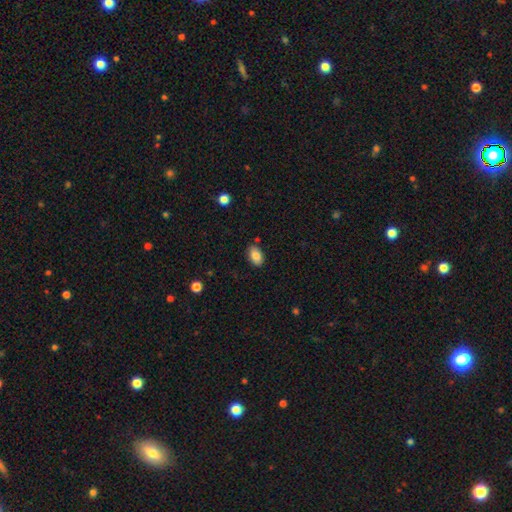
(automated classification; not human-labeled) Overall: smooth (83%). How rounded: in between (90%). Merging: none (83%).